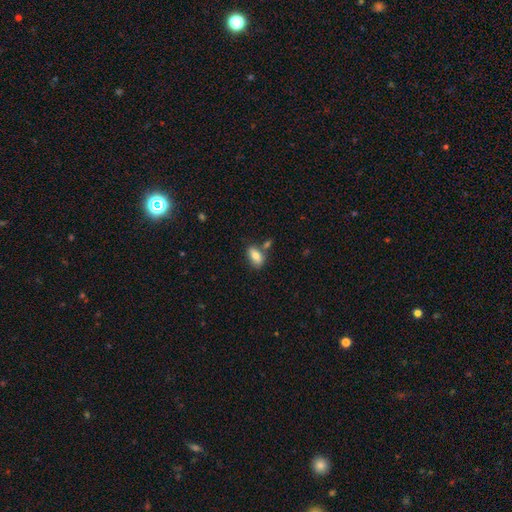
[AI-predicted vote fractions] This is likely a smooth galaxy (78%). How rounded: clearly in between (88%). Merging: likely none (62%).